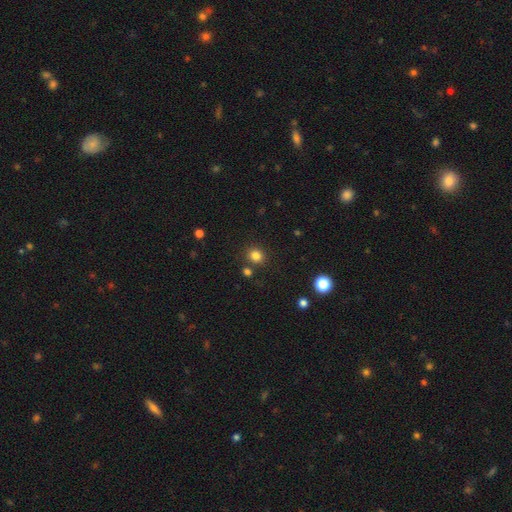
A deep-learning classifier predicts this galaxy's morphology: The model was most divided on "how rounded": round: 77%, in between: 22%, cigar-shaped: 1%. More confident: merging — none (82%); smooth or featured — smooth (82%).